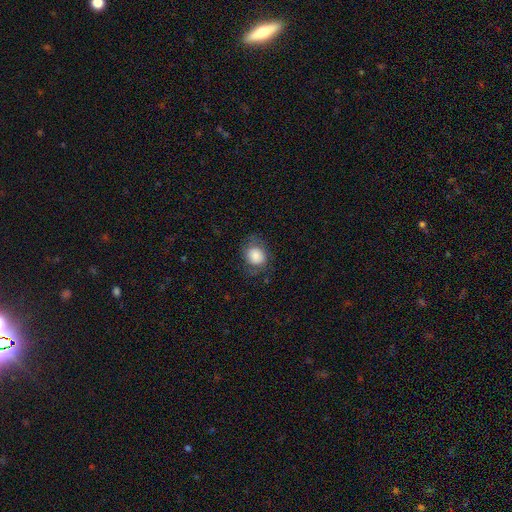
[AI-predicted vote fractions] A smooth galaxy with no disk features (73%) that is round (55%).

Vote fractions:
- Smooth or featured? smooth: 73% / featured or disk: 19% / star or artifact: 8%
- How rounded? round: 55% / in between: 44% / cigar-shaped: 1%
- Merging? none: 64% / minor disturbance: 22% / major disturbance: 13% / merger: 1%